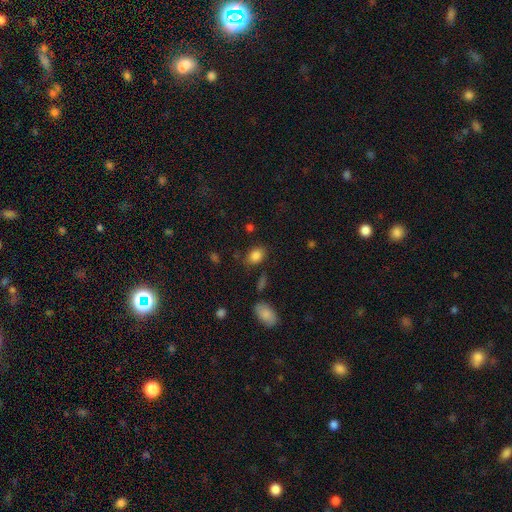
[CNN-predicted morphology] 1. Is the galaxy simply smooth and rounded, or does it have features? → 85% smooth, 9% star or artifact, 6% featured or disk.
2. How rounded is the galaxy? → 73% in between, 26% round, 1% cigar-shaped.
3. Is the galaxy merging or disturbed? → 75% none, 16% minor disturbance, 5% major disturbance, 4% merger.